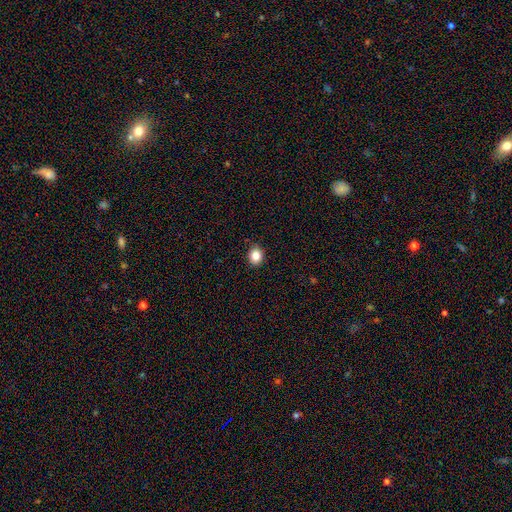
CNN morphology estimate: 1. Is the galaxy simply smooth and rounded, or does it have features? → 84% smooth, 10% star or artifact, 6% featured or disk.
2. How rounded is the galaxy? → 63% round, 36% in between, 1% cigar-shaped.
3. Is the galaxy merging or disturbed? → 89% none, 8% minor disturbance, 2% major disturbance, 1% merger.